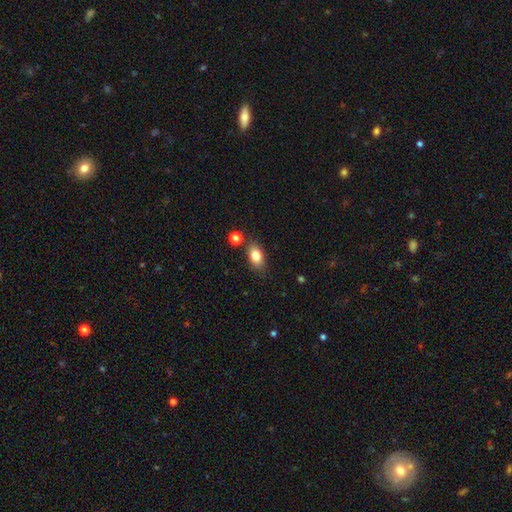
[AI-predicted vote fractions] Smooth or featured? Predicted: smooth (p=0.82). How rounded? Predicted: in between (p=0.85). Merging? Predicted: none (p=0.76).